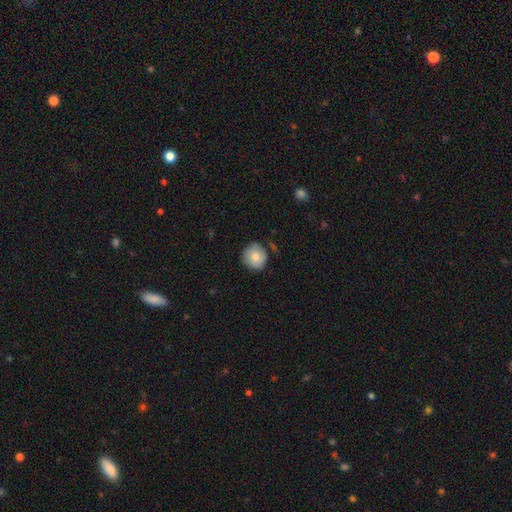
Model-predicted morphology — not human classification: A smooth galaxy with no disk features (82%) that is round (91%).

Vote fractions:
- Smooth or featured? smooth: 82% / featured or disk: 11% / star or artifact: 7%
- How rounded? round: 91% / in between: 8% / cigar-shaped: 1%
- Merging? none: 77% / minor disturbance: 17% / major disturbance: 3% / merger: 2%